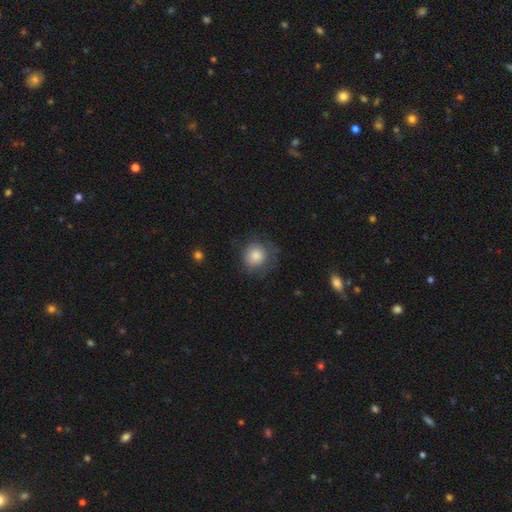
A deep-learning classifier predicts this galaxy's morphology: A smooth galaxy with no disk features (80%) that is round (85%).

Vote fractions:
- Smooth or featured? smooth: 80% / featured or disk: 12% / star or artifact: 8%
- How rounded? round: 85% / in between: 14% / cigar-shaped: 1%
- Merging? none: 62% / minor disturbance: 23% / major disturbance: 13% / merger: 2%